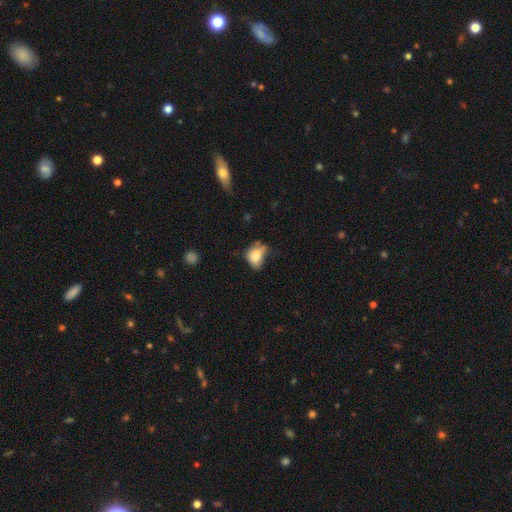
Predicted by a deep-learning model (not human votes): Overall: smooth (74%). How rounded: in between (75%). Merging: minor disturbance (33%; none 31%).